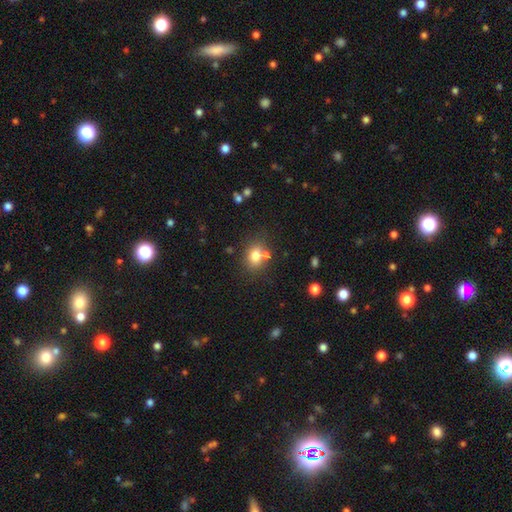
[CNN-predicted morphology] smooth_or_featured: smooth (p=0.77) [alt: star or artifact p=0.12]
how_rounded: in between (p=0.52) [alt: round p=0.47]
merging: none (p=0.64) [alt: merger p=0.19]